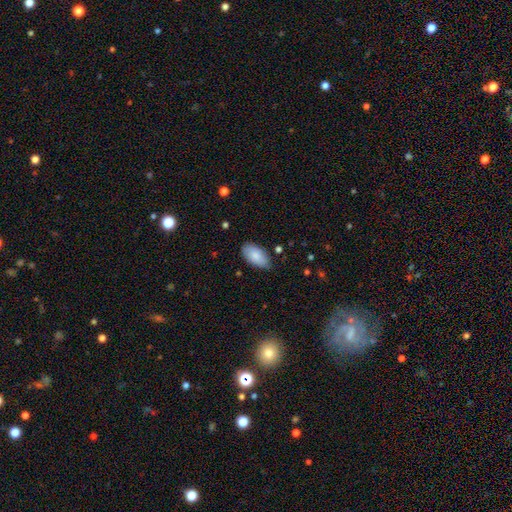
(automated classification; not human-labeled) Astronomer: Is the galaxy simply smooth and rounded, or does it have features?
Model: smooth — 83%.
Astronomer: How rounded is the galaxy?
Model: in between — 95%.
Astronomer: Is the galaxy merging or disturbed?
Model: none — 79%.